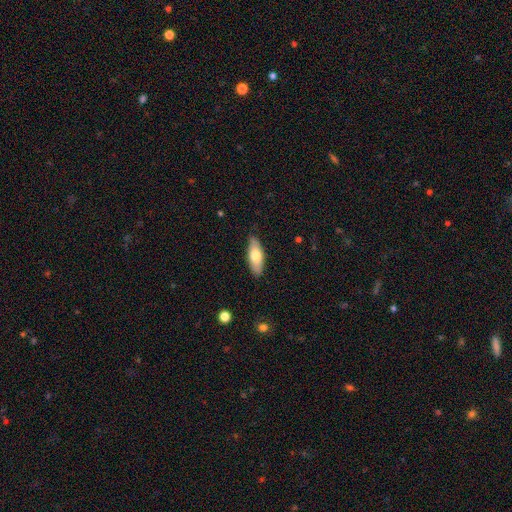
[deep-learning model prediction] smooth_or_featured: smooth (p=0.71) [alt: featured or disk p=0.24]
how_rounded: in between (p=0.71) [alt: cigar-shaped p=0.27]
merging: none (p=0.85) [alt: minor disturbance p=0.12]